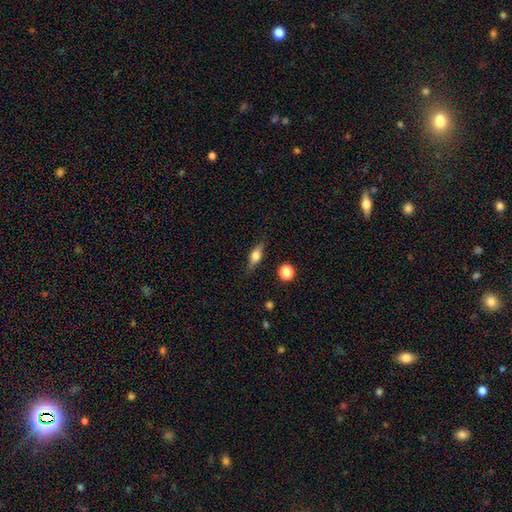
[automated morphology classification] smooth_or_featured: smooth (p=0.55) [alt: featured or disk p=0.37]
how_rounded: in between (p=0.58) [alt: cigar-shaped p=0.33]
merging: none (p=0.83) [alt: minor disturbance p=0.12]